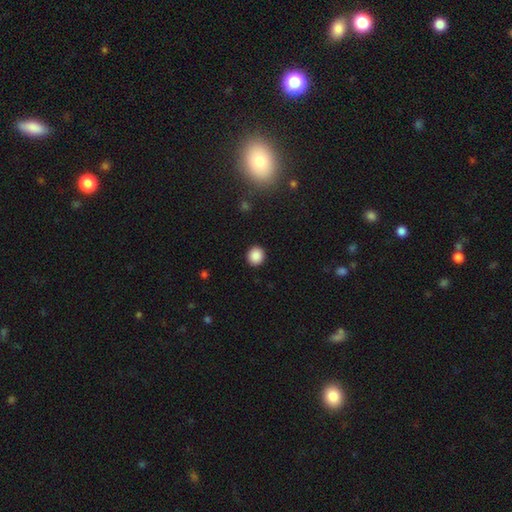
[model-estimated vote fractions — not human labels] Smooth or featured: smooth — 88% (star or artifact — 9%)
How rounded: round — 89% (in between — 10%)
Merging: none — 92% (minor disturbance — 5%)